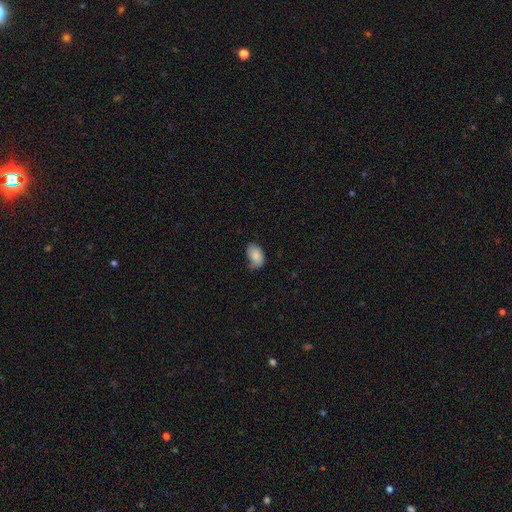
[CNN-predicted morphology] Q: Smooth or featured?
A: smooth (86%); runner-up: star or artifact (7%)
Q: How rounded?
A: in between (89%); runner-up: round (10%)
Q: Merging?
A: none (52%); runner-up: minor disturbance (36%)